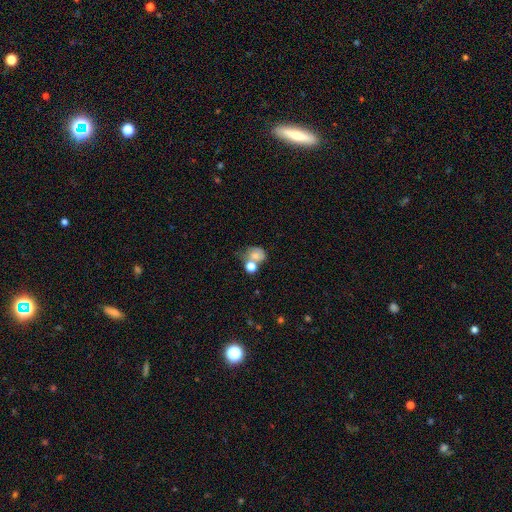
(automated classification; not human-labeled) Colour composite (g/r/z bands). It shows a smooth galaxy with no disk features (67%) that is round (59%). Merging: merger (42%).